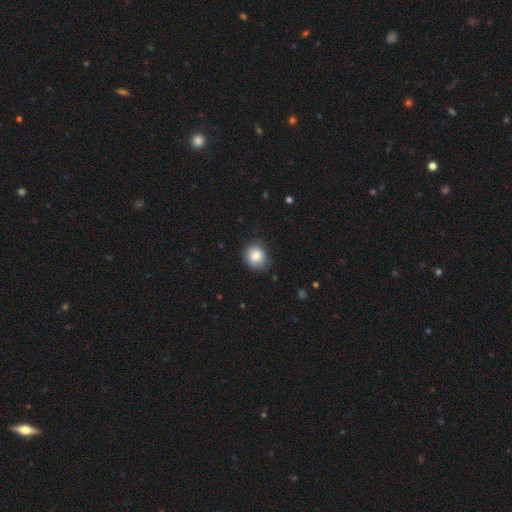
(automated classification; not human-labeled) A smooth galaxy with no disk features (83%) that is round (74%). Merging: none (74%).